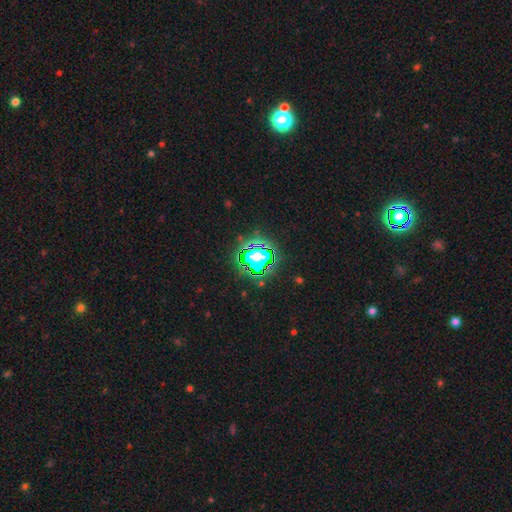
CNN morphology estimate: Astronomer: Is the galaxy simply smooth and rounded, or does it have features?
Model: star or artifact — 65%.